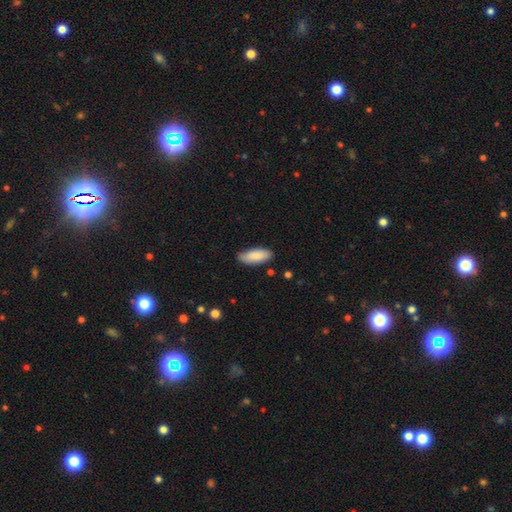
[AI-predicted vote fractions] The model was most divided on "how rounded": in between: 81%, cigar-shaped: 18%, round: 2%. More confident: smooth or featured — smooth (87%); merging — none (80%).